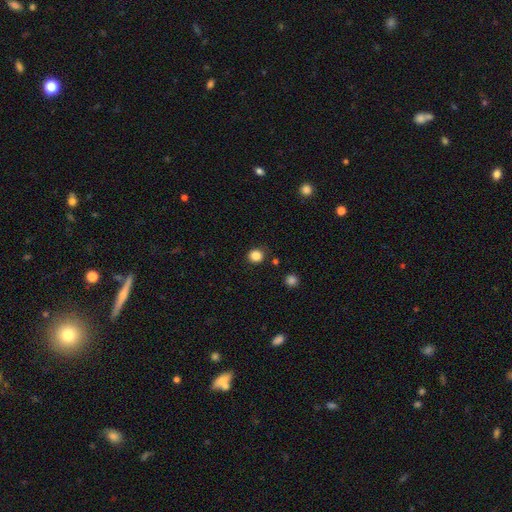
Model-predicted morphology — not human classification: smooth_or_featured: smooth (p=0.85) [alt: star or artifact p=0.11]
how_rounded: round (p=0.87) [alt: in between p=0.12]
merging: none (p=0.87) [alt: minor disturbance p=0.08]